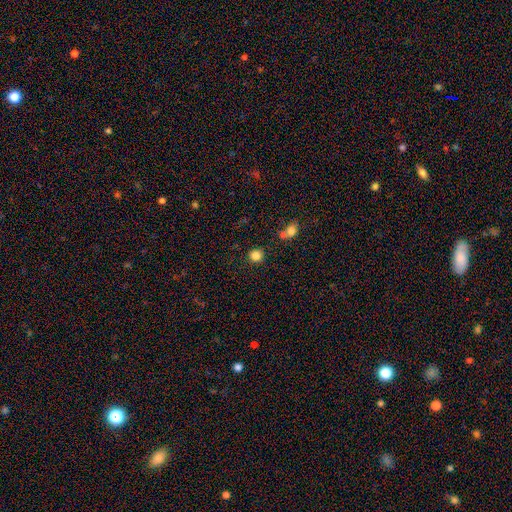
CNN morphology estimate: Smooth or featured: smooth — 83% (star or artifact — 12%)
How rounded: round — 91% (in between — 8%)
Merging: none — 84% (minor disturbance — 8%)